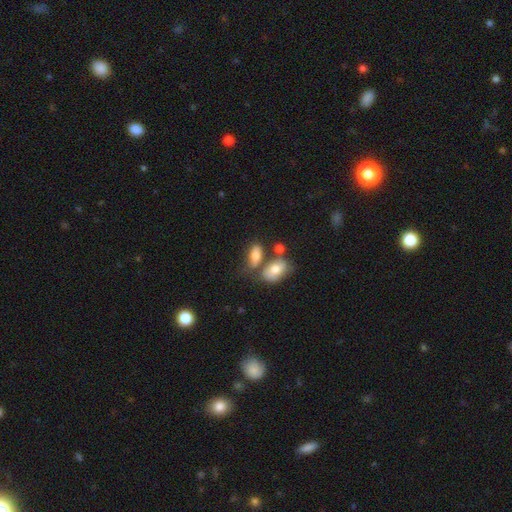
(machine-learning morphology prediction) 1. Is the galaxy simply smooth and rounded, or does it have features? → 76% smooth, 16% featured or disk, 8% star or artifact.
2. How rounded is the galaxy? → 87% in between, 7% cigar-shaped, 6% round.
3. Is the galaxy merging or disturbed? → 46% none, 31% merger, 16% minor disturbance, 7% major disturbance.